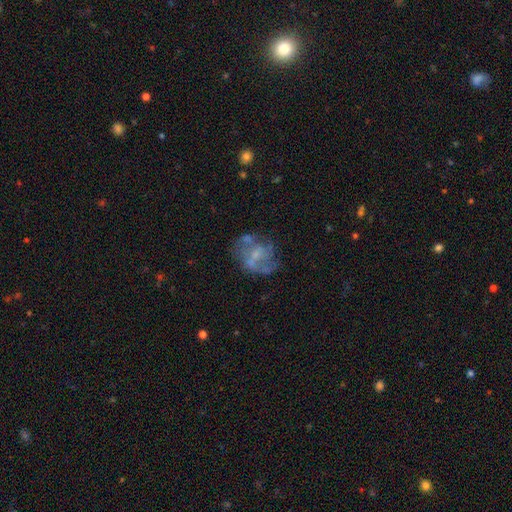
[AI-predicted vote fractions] Smooth or featured? Predicted: featured or disk (p=0.65). Edge-on disk? Predicted: no (p=0.98). Bar? Predicted: no (p=0.59). Spiral arms? Predicted: yes (p=0.52). Bulge size? Predicted: small (p=0.48). Merging? Predicted: none (p=0.46).